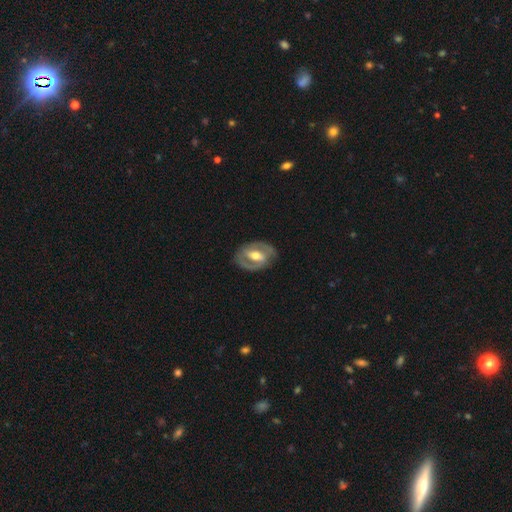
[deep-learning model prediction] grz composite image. It shows a featured or disk galaxy (76%) with a strong bar (47%), spiral arms (68%) and a moderate central bulge (72%). Merging: none (80%).